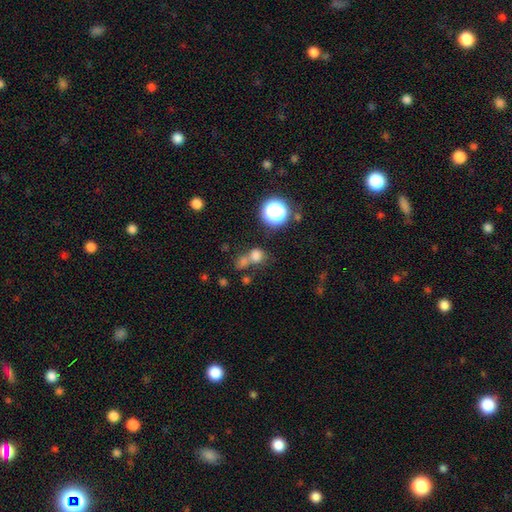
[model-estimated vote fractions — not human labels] Q: Smooth or featured?
A: smooth (72%); runner-up: star or artifact (19%)
Q: How rounded?
A: round (75%); runner-up: in between (24%)
Q: Merging?
A: none (45%); runner-up: merger (39%)